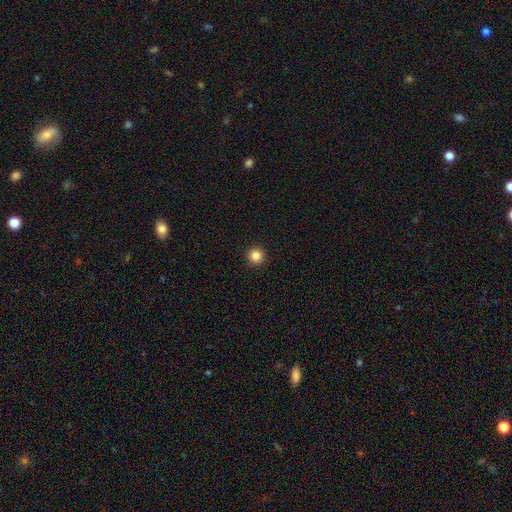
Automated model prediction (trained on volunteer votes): This appears to be a smooth galaxy with no disk features (85%) that is round (96%). Merging: none (94%).